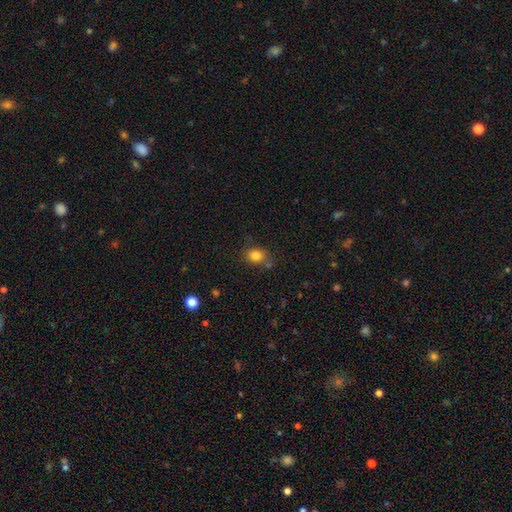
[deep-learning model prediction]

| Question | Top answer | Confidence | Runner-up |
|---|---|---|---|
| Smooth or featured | smooth | 82% | star or artifact (11%) |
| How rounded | in between | 51% | round (48%) |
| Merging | none | 67% | minor disturbance (16%) |